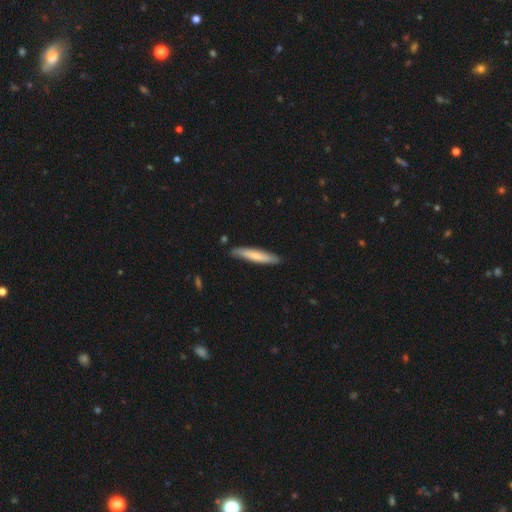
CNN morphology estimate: This is likely a smooth galaxy (67%). How rounded: clearly cigar-shaped (89%). Merging: clearly none (85%).